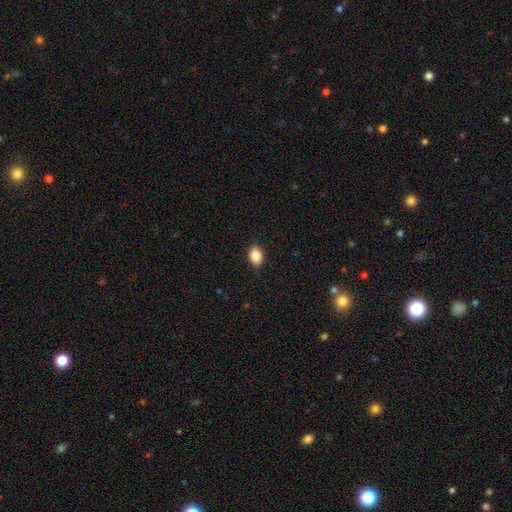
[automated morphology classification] Smooth or featured: smooth — 86% (star or artifact — 8%)
How rounded: in between — 75% (round — 23%)
Merging: none — 84% (minor disturbance — 13%)